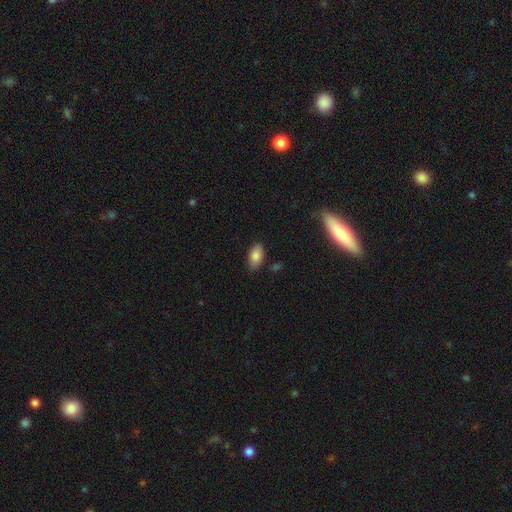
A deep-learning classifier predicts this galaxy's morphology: Smooth or featured?
  - smooth: 85% *
  - star or artifact: 8%
  - featured or disk: 8%
How rounded?
  - in between: 94% *
  - round: 4%
  - cigar-shaped: 2%
Merging?
  - none: 82% *
  - minor disturbance: 13%
  - major disturbance: 3%
  - merger: 2%